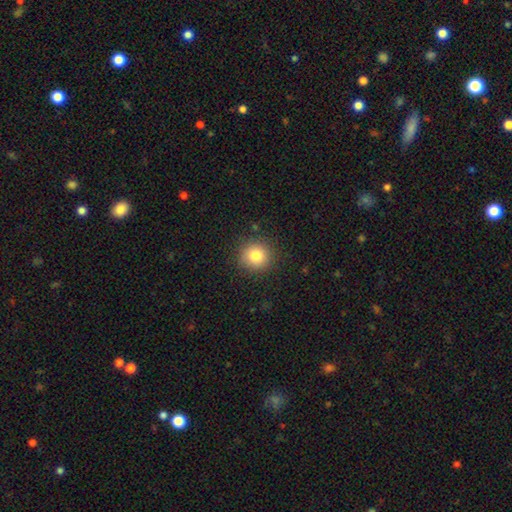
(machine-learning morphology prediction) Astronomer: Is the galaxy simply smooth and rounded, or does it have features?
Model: smooth — 81%.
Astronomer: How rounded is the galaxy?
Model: round — 91%.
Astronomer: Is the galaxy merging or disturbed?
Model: none — 89%.